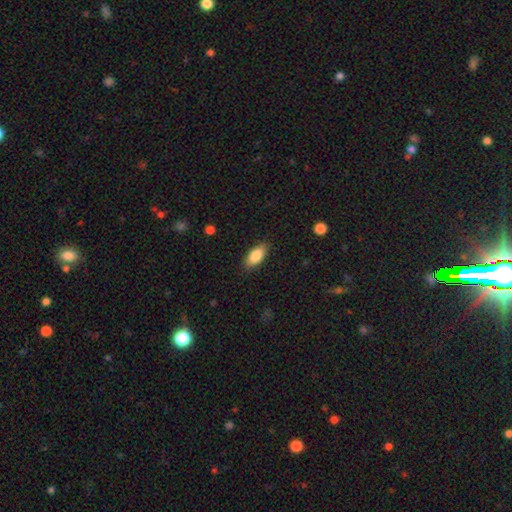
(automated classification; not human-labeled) Q: Smooth or featured?
A: smooth (85%); runner-up: featured or disk (9%)
Q: How rounded?
A: in between (86%); runner-up: cigar-shaped (12%)
Q: Merging?
A: none (86%); runner-up: minor disturbance (11%)